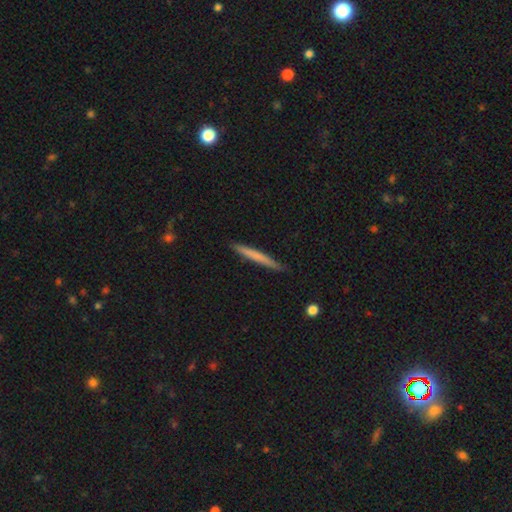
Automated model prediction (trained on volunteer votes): Overall: smooth (67%; featured or disk 28%). How rounded: cigar-shaped (97%). Merging: none (89%).